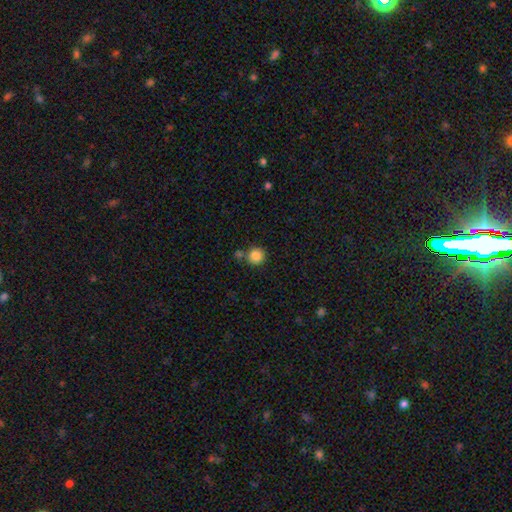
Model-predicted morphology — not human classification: This is clearly a smooth galaxy (85%). How rounded: clearly round (94%). Merging: likely none (76%).